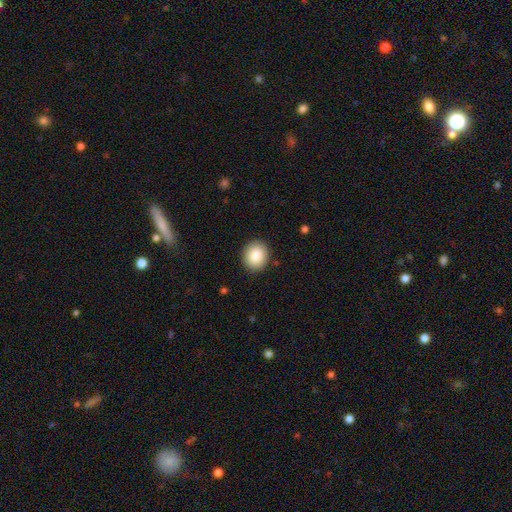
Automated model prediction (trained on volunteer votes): Overall: smooth (87%). How rounded: round (73%). Merging: none (90%).